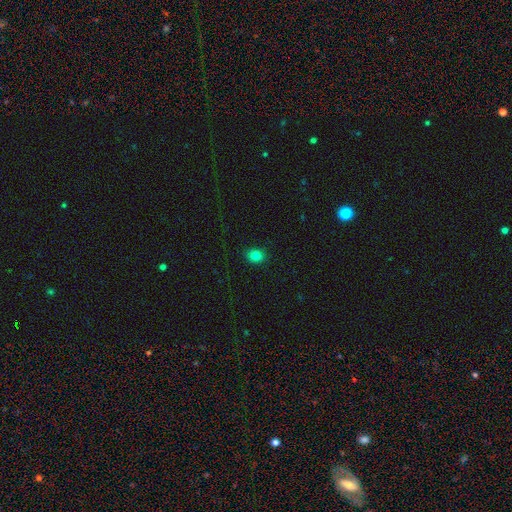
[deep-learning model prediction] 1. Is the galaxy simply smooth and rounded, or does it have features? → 82% smooth, 13% star or artifact, 5% featured or disk.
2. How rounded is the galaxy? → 60% round, 39% in between, 1% cigar-shaped.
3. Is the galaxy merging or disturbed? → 90% none, 7% minor disturbance, 2% major disturbance, 1% merger.